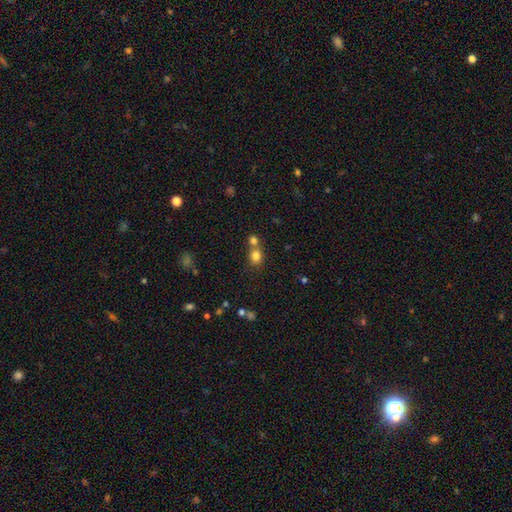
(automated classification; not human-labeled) Smooth or featured? Predicted: smooth (p=0.79). How rounded? Predicted: round (p=0.69). Merging? Predicted: none (p=0.48).